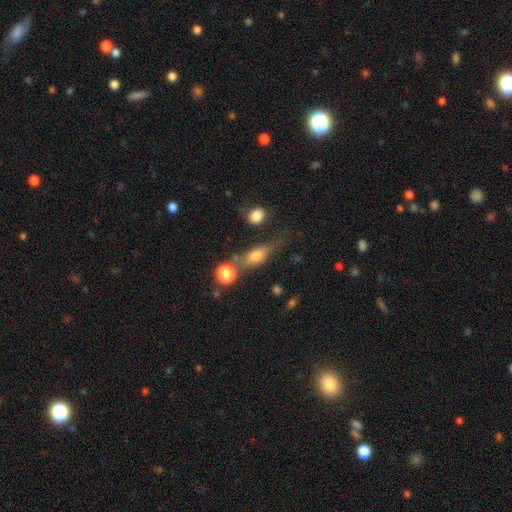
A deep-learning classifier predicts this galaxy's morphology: Smooth or featured? Predicted: smooth (p=0.57). How rounded? Predicted: in between (p=0.54). Merging? Predicted: none (p=0.50).